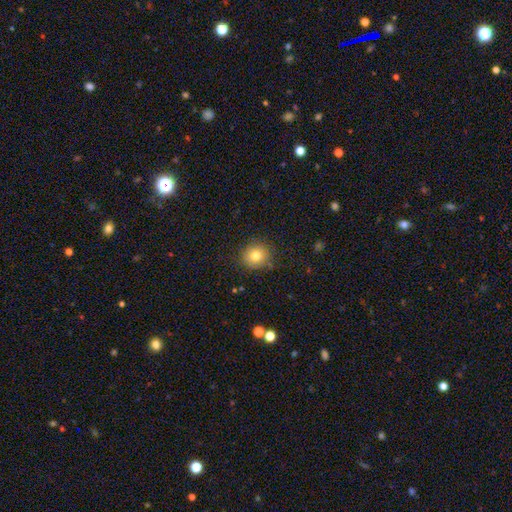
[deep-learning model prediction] Smooth or featured? Predicted: smooth (p=0.78). How rounded? Predicted: round (p=0.88). Merging? Predicted: none (p=0.86).